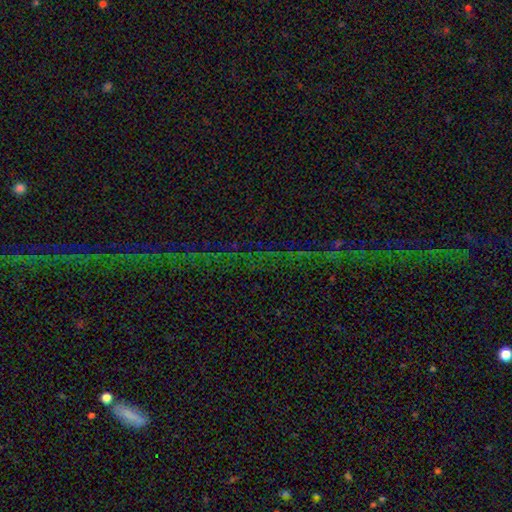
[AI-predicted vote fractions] This is likely a star or artifact rather than a galaxy (74%).